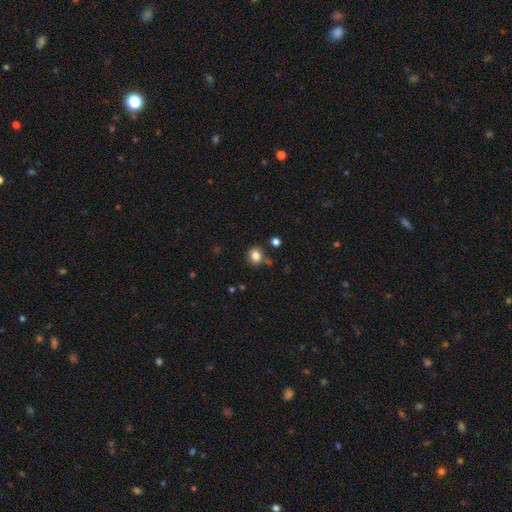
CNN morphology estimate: Smooth or featured: smooth — 83% (star or artifact — 12%)
How rounded: round — 81% (in between — 18%)
Merging: none — 76% (minor disturbance — 12%)